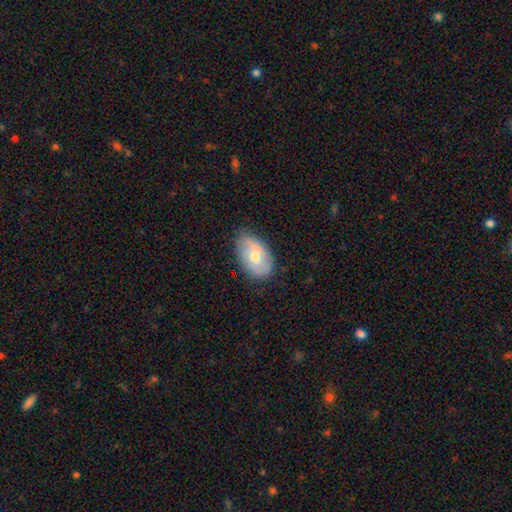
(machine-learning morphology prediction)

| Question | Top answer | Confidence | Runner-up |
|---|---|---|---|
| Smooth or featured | smooth | 46% | featured or disk (41%) |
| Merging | none | 79% | minor disturbance (16%) |